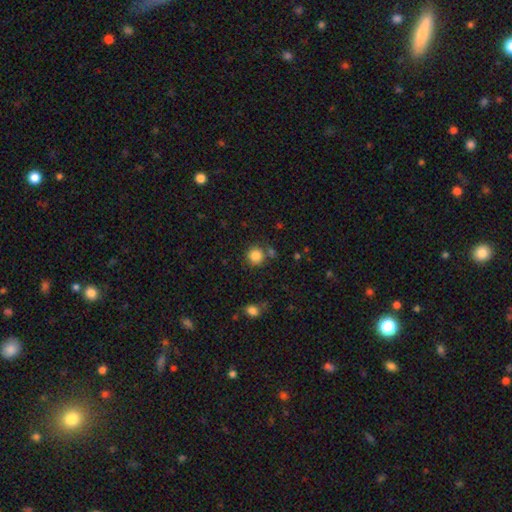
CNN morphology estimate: Smooth or featured? smooth (85%)
How rounded? round (93%)
Merging? none (78%)